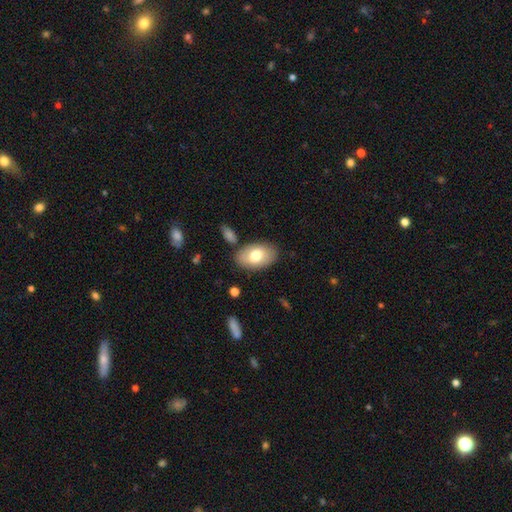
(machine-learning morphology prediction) Smooth or featured: smooth — 74% (featured or disk — 20%)
How rounded: in between — 92% (round — 7%)
Merging: none — 81% (minor disturbance — 12%)